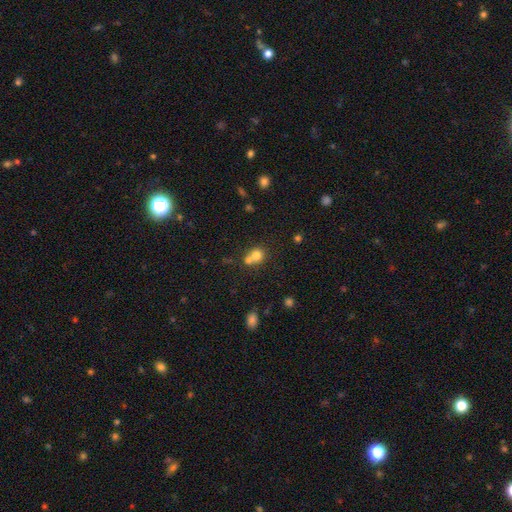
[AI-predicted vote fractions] smooth_or_featured: smooth (p=0.75) [alt: star or artifact p=0.13]
how_rounded: round (p=0.78) [alt: in between p=0.21]
merging: merger (p=0.54) [alt: none p=0.36]